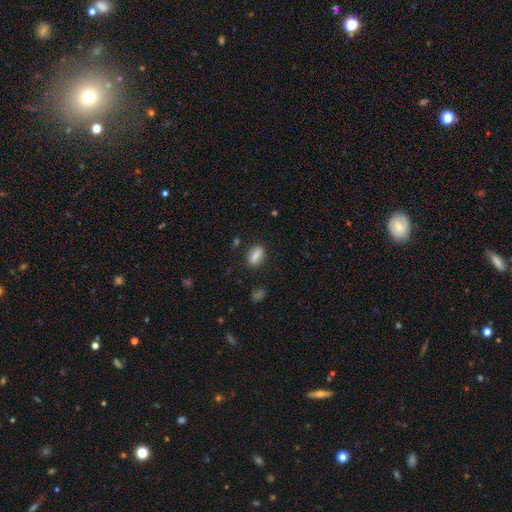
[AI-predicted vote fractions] This appears to be a smooth galaxy with no disk features (77%) that is in between round and cigar-shaped (74%). Merging: none (84%).